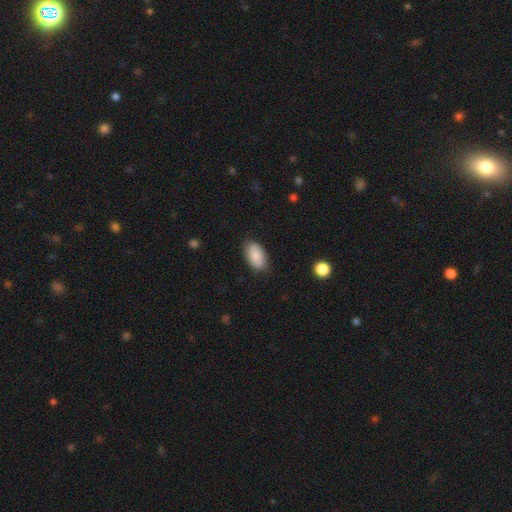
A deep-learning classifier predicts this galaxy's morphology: Smooth or featured? Predicted: smooth (p=0.86). How rounded? Predicted: in between (p=0.94). Merging? Predicted: none (p=0.84).